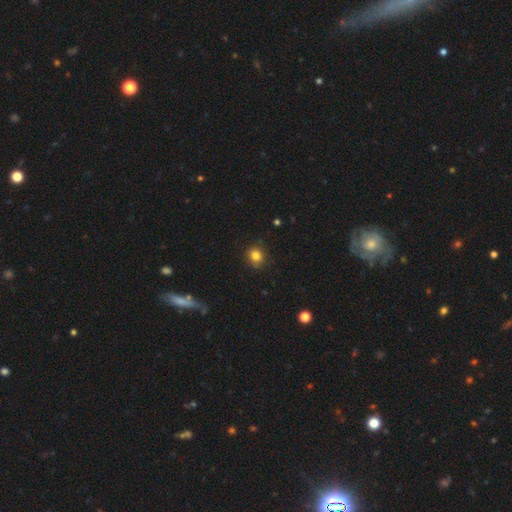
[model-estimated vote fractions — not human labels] Smooth or featured? Predicted: smooth (p=0.82). How rounded? Predicted: round (p=0.85). Merging? Predicted: none (p=0.85).